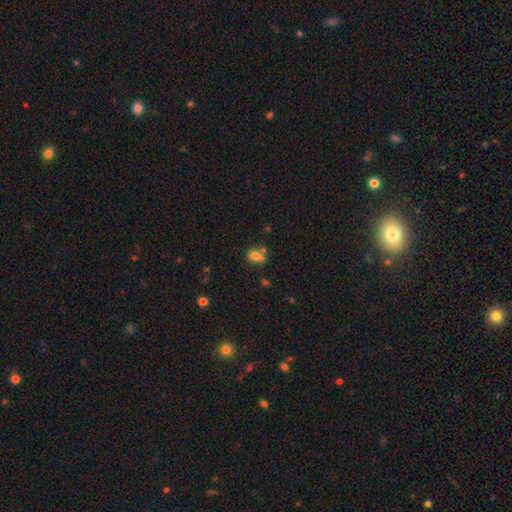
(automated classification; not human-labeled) Smooth or featured? Predicted: smooth (p=0.76). How rounded? Predicted: round (p=0.52). Merging? Predicted: none (p=0.45).